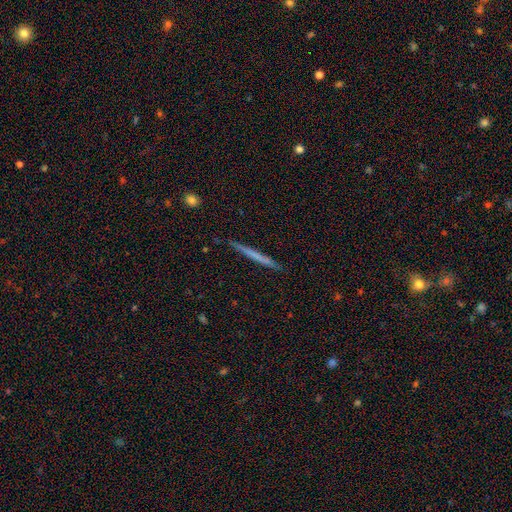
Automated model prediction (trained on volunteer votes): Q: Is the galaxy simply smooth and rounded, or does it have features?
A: smooth — 52%.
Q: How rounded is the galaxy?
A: cigar-shaped — 97%.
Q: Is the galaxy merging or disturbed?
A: none — 91%.